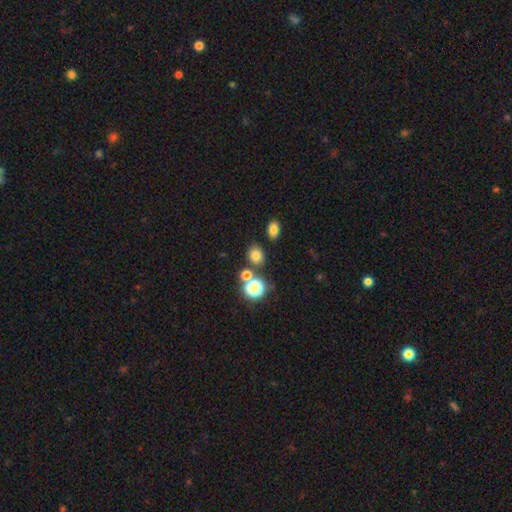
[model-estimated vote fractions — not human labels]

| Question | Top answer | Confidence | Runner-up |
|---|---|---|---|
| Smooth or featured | smooth | 74% | star or artifact (20%) |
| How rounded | round | 72% | in between (27%) |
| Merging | none | 75% | merger (13%) |